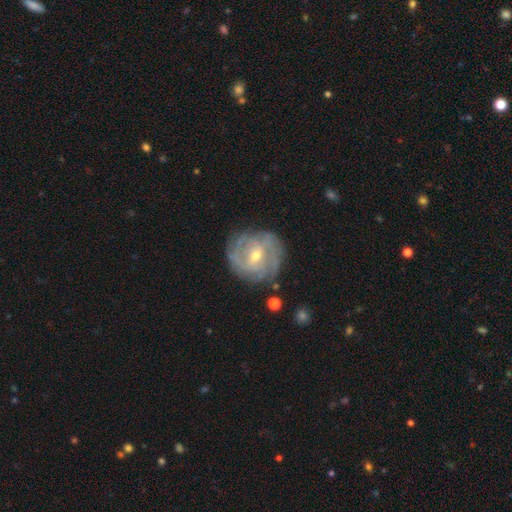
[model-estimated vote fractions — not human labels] Q: Smooth or featured?
A: featured or disk (80%); runner-up: smooth (14%)
Q: Edge-on disk?
A: no (97%); runner-up: yes (3%)
Q: Bar?
A: weak (50%); runner-up: no (33%)
Q: Spiral arms?
A: yes (88%); runner-up: no (12%)
Q: Spiral winding?
A: tight (62%); runner-up: medium (29%)
Q: Spiral arm count?
A: can't tell (38%); runner-up: 2 (26%)
Q: Bulge size?
A: small (52%); runner-up: moderate (45%)
Q: Merging?
A: none (77%); runner-up: minor disturbance (15%)